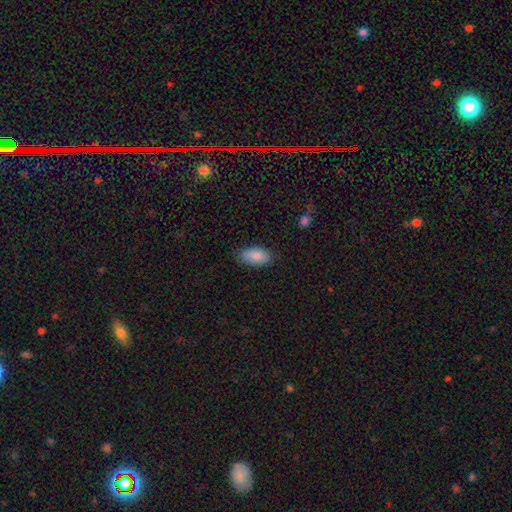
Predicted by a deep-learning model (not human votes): Morphology: type=smooth (86%); roundness=in between (93%); merging=none (79%).